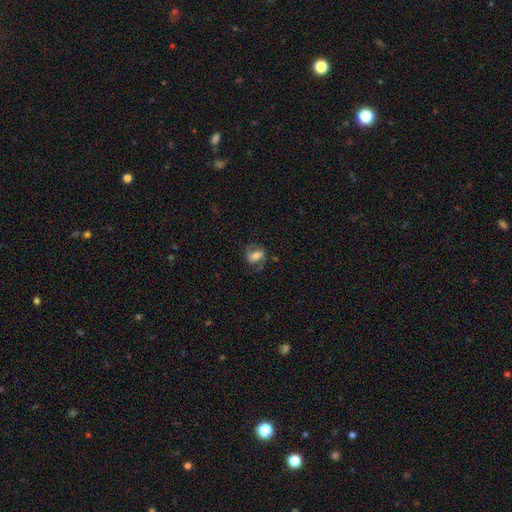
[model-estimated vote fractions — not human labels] Smooth or featured?
  - featured or disk: 48% *
  - smooth: 43%
  - star or artifact: 9%
Merging?
  - none: 65% *
  - minor disturbance: 20%
  - major disturbance: 13%
  - merger: 2%